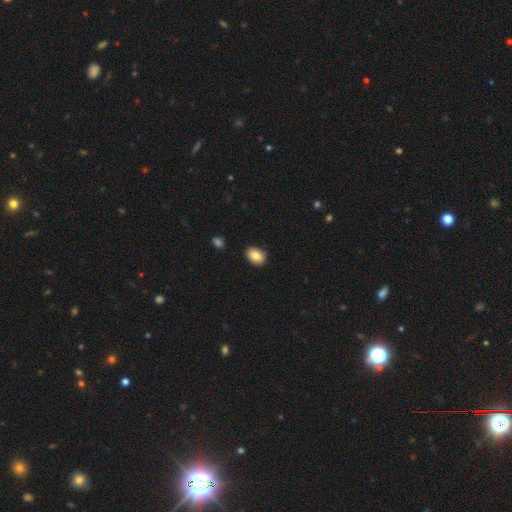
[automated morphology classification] Smooth or featured? Predicted: smooth (p=0.85). How rounded? Predicted: in between (p=0.75). Merging? Predicted: none (p=0.86).